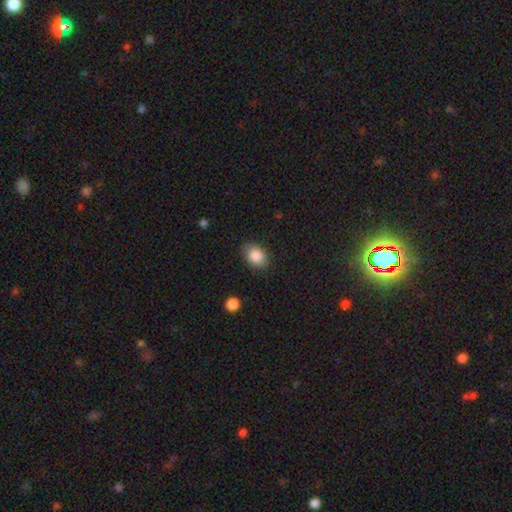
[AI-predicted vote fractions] Morphology: type=smooth (87%); roundness=in between (70%); merging=none (84%).